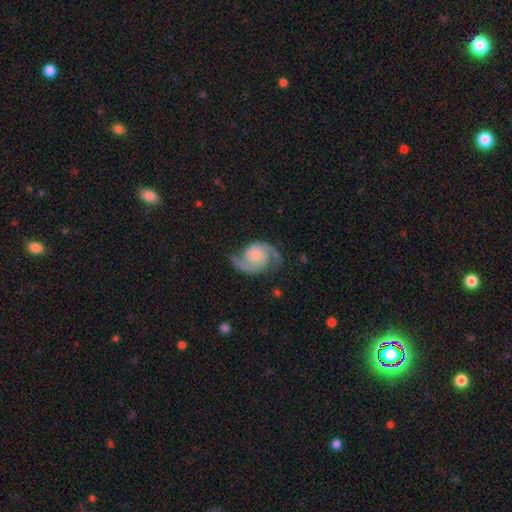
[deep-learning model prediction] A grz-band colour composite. It shows a featured or disk galaxy (90%) with no bar (68%), 2 (94%) medium (53%) spiral arms (98%) and a small central bulge (38%). Merging: none (76%).